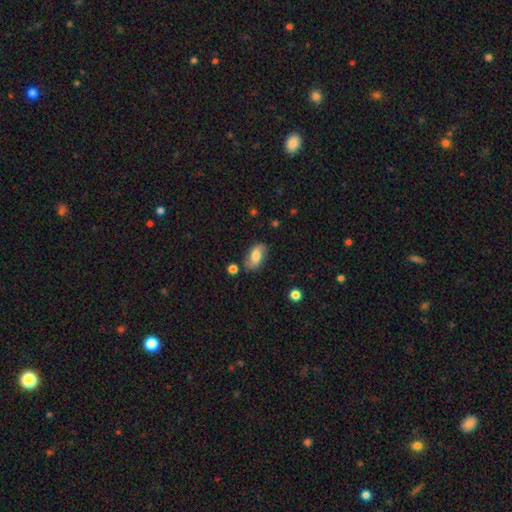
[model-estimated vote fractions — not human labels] Smooth or featured: smooth — 59% (featured or disk — 32%)
How rounded: in between — 90% (round — 7%)
Merging: none — 73% (minor disturbance — 19%)